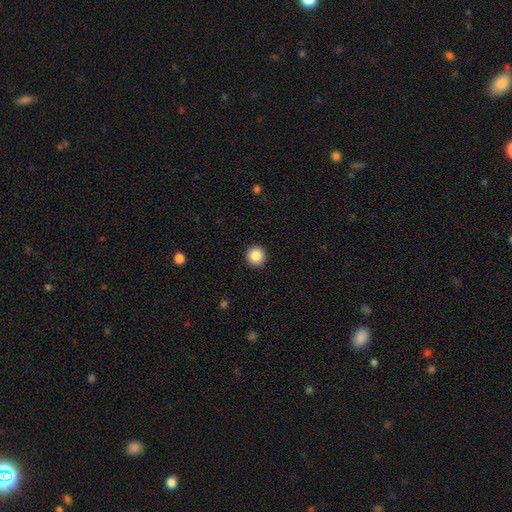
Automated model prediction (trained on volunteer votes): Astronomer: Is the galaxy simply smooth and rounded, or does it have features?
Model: smooth — 87%.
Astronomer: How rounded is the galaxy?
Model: round — 93%.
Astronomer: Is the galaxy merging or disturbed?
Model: none — 92%.